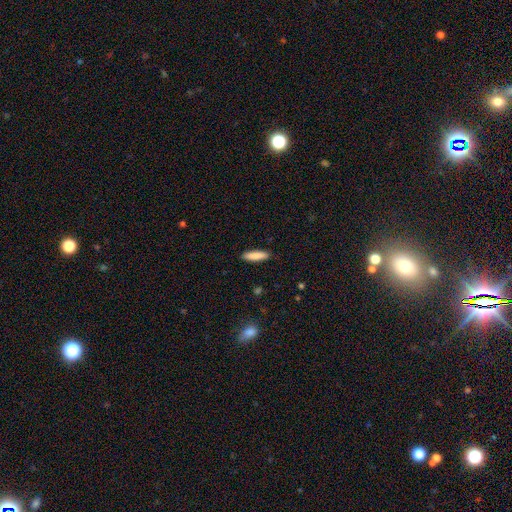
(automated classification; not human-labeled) Morphology: type=smooth (86%); roundness=cigar-shaped (68%); merging=none (90%).